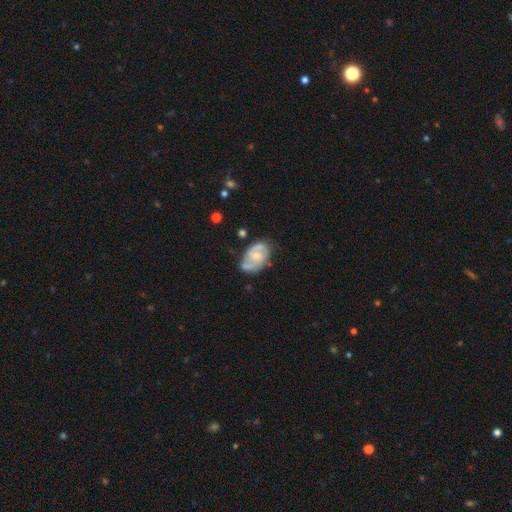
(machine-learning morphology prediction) Q: Smooth or featured?
A: featured or disk (77%); runner-up: smooth (18%)
Q: Edge-on disk?
A: no (97%); runner-up: yes (3%)
Q: Bar?
A: no (50%); runner-up: weak (43%)
Q: Spiral arms?
A: yes (91%); runner-up: no (9%)
Q: Spiral winding?
A: medium (51%); runner-up: tight (30%)
Q: Spiral arm count?
A: 2 (83%); runner-up: can't tell (9%)
Q: Bulge size?
A: small (50%); runner-up: moderate (37%)
Q: Merging?
A: none (64%); runner-up: minor disturbance (24%)